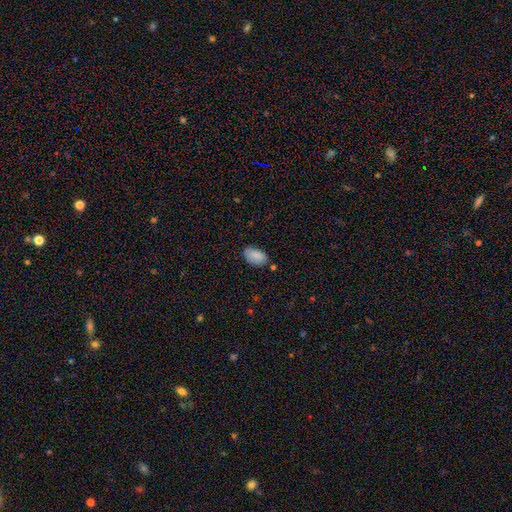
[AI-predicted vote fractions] Overall: smooth (86%). How rounded: in between (93%). Merging: none (74%).